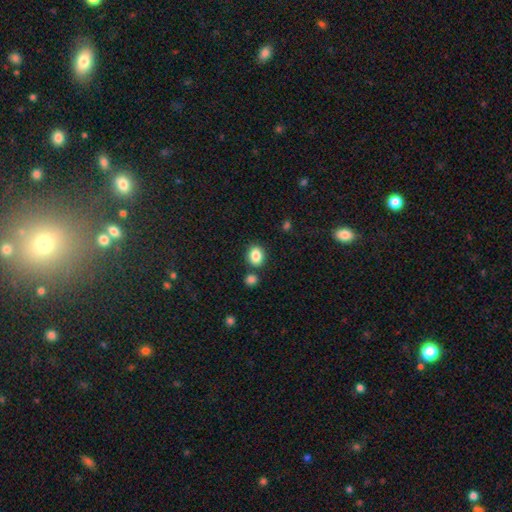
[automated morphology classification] type=smooth (86%); roundness=in between (54%); merging=none (78%).